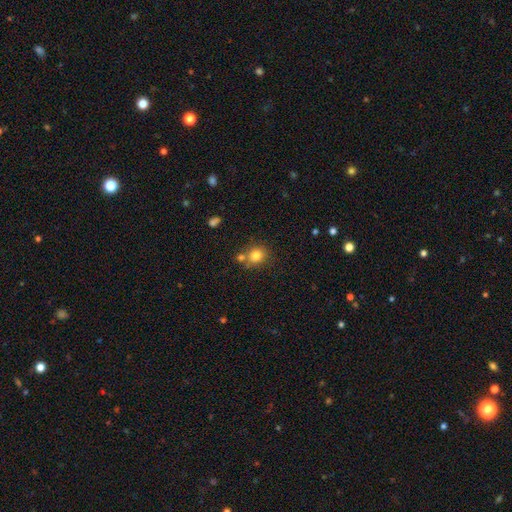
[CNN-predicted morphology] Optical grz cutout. It shows a smooth galaxy with no disk features (80%) that is round (78%). Merging: none (63%).